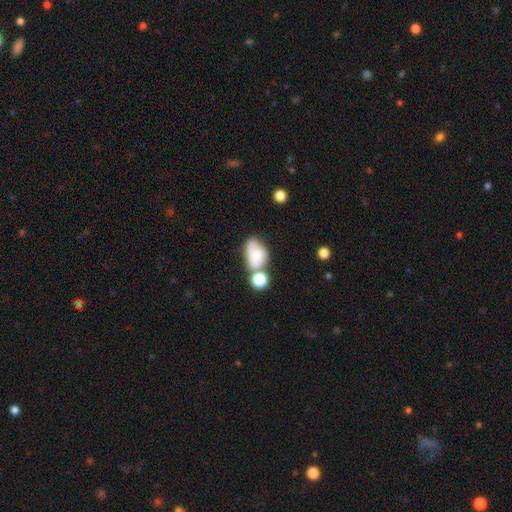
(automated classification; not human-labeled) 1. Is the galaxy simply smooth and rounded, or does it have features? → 62% smooth, 28% featured or disk, 11% star or artifact.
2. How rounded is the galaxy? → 81% in between, 17% round, 2% cigar-shaped.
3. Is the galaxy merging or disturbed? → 36% merger, 30% none, 22% minor disturbance, 12% major disturbance.